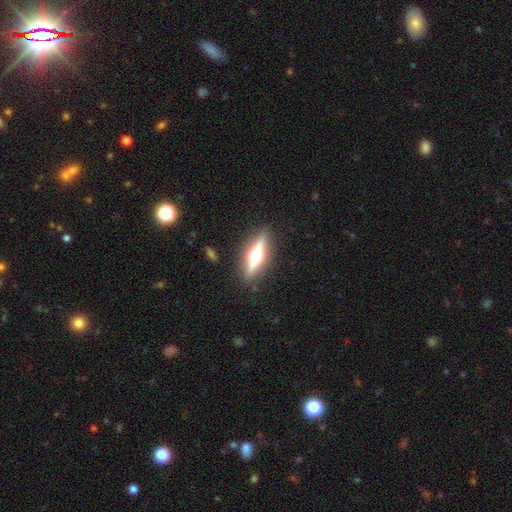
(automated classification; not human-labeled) A featured or disk galaxy (71%) viewed edge-on (95%) with a rounded central bulge (96%).

Vote fractions:
- Smooth or featured? featured or disk: 71% / smooth: 23% / star or artifact: 6%
- Edge-on disk? yes: 95% / no: 5%
- Edge-on bulge? rounded: 96% / boxy: 3% / none: 2%
- Merging? none: 89% / minor disturbance: 7% / major disturbance: 2% / merger: 1%